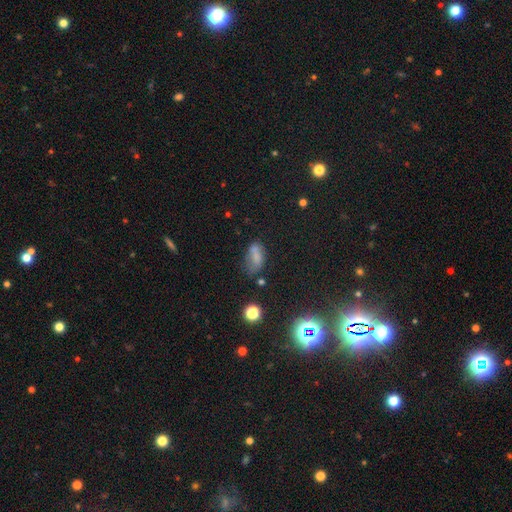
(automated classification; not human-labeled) This appears to be a smooth galaxy with no disk features (66%) that is in between round and cigar-shaped (83%). Merging: none (40%).